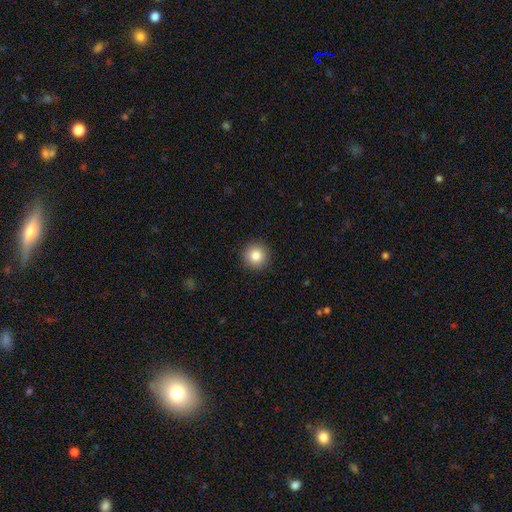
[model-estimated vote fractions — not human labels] This appears to be a smooth galaxy with no disk features (84%) that is round (95%). Merging: none (93%).